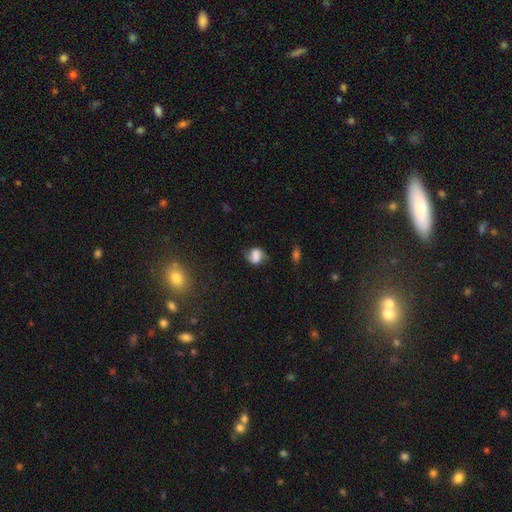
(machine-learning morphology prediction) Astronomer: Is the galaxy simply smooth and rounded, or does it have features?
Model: smooth — 54% (runner-up: featured or disk, 35%).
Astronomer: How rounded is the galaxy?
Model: in between — 56% (runner-up: round, 42%).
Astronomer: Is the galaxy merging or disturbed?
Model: none — 53% (runner-up: minor disturbance, 29%).